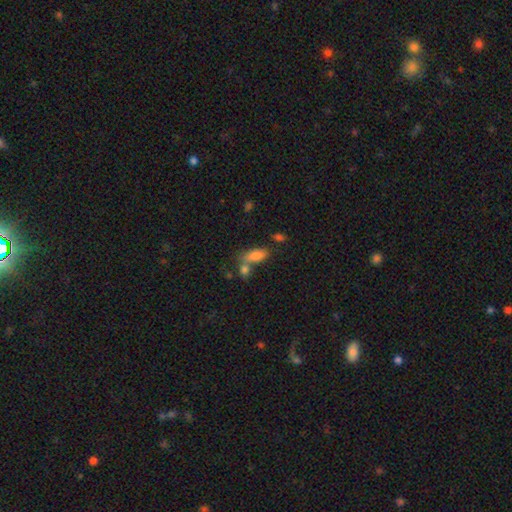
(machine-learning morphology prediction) smooth 80%, star or artifact 11%, featured or disk 9%. Down the decision tree: how rounded — in between (80%); merging — none (44%).